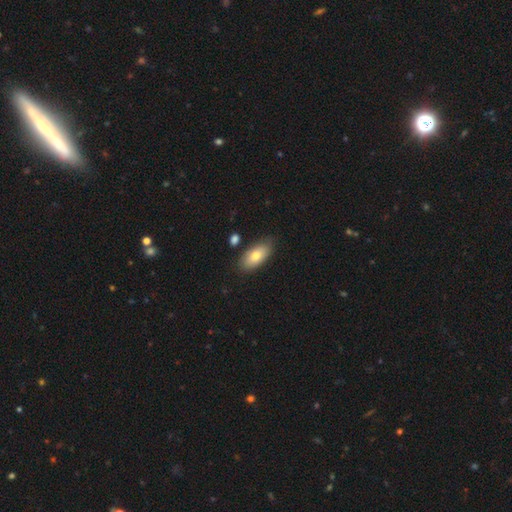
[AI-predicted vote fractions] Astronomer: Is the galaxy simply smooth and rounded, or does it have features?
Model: smooth — 75%.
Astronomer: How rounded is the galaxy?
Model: in between — 90%.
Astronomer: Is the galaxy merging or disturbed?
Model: none — 81%.